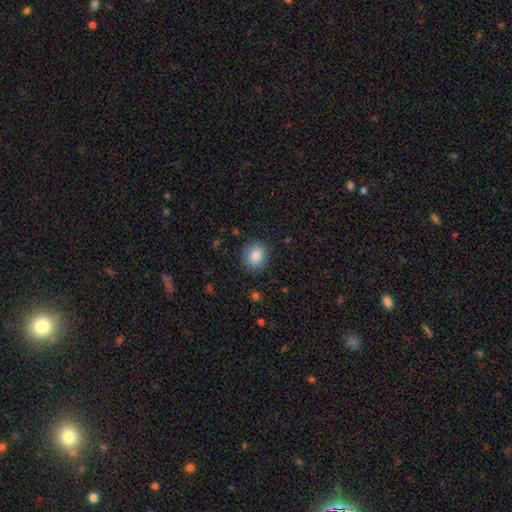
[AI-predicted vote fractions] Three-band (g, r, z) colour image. It shows a smooth galaxy with no disk features (85%) that is round (63%). Merging: none (85%).